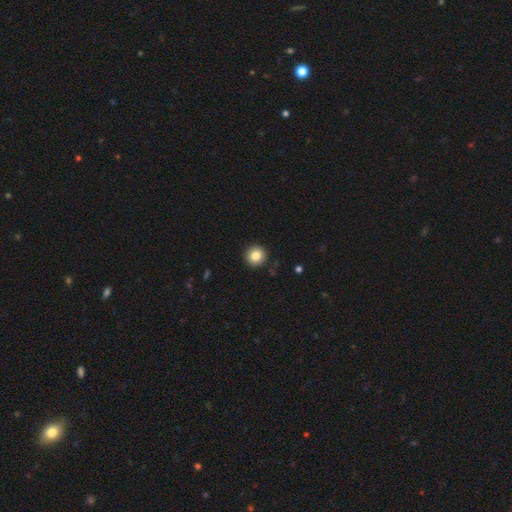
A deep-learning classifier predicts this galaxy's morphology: This appears to be a smooth galaxy with no disk features (83%) that is round (95%). Merging: none (92%).